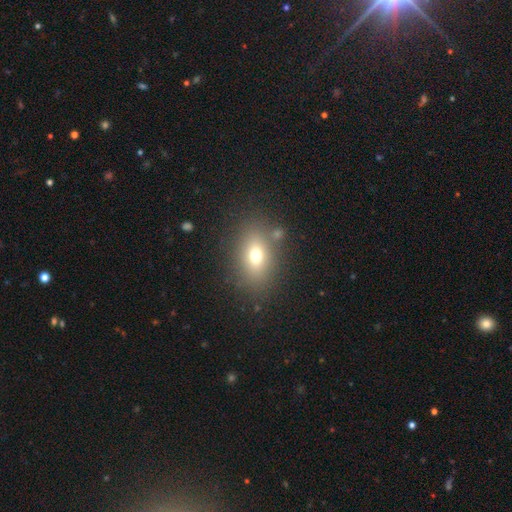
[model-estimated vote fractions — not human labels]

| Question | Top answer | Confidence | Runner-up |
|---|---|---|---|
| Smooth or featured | smooth | 69% | featured or disk (17%) |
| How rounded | in between | 76% | round (21%) |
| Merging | none | 79% | minor disturbance (11%) |